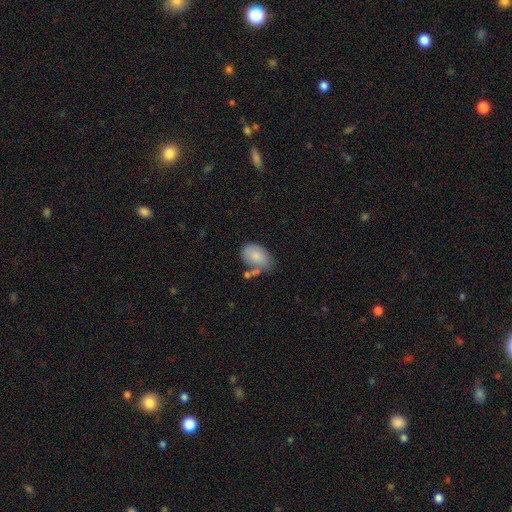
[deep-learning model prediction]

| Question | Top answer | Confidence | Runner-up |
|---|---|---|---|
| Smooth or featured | smooth | 80% | featured or disk (13%) |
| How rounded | in between | 86% | round (13%) |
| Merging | none | 51% | minor disturbance (25%) |